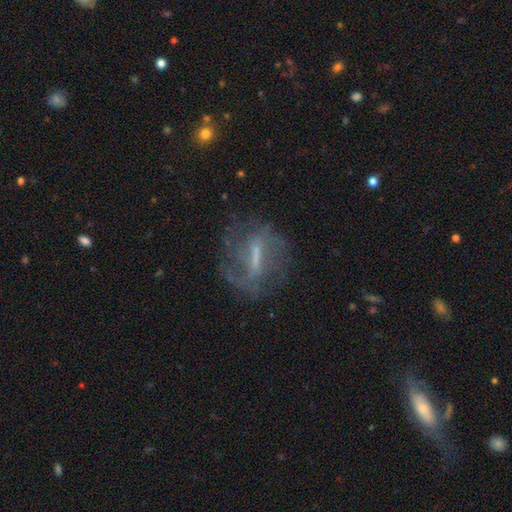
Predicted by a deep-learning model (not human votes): Overall: featured or disk (72%). Edge-on disk: no (87%). Bar: strong (51%; weak 37%). Spiral arms: yes (72%). Bulge size: small (41%; none 29%). Merging: none (65%).